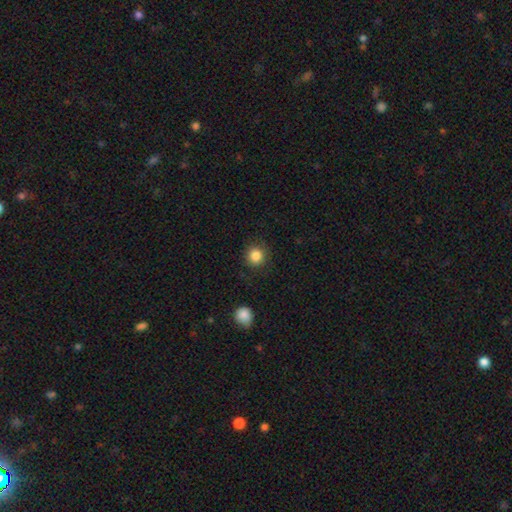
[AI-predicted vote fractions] Smooth or featured?
  - smooth: 86% *
  - star or artifact: 10%
  - featured or disk: 4%
How rounded?
  - round: 92% *
  - in between: 7%
  - cigar-shaped: 1%
Merging?
  - none: 87% *
  - minor disturbance: 9%
  - major disturbance: 3%
  - merger: 1%